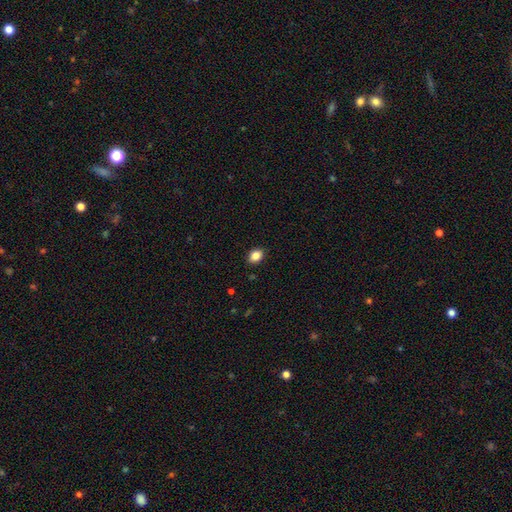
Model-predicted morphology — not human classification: A smooth galaxy with no disk features (86%) that is in between round and cigar-shaped (68%). Merging: none (89%).